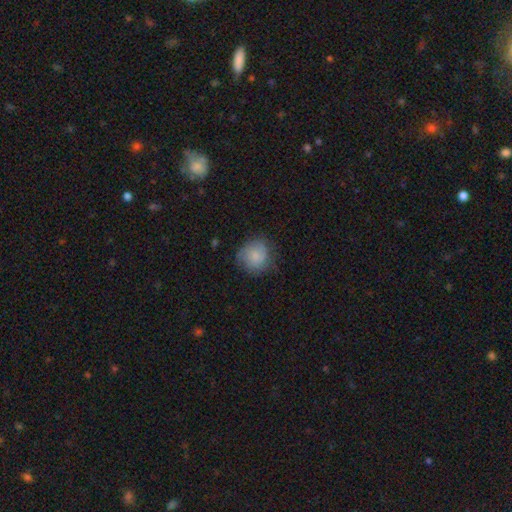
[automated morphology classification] Q: Smooth or featured?
A: smooth (63%); runner-up: featured or disk (29%)
Q: How rounded?
A: round (85%); runner-up: in between (14%)
Q: Merging?
A: none (66%); runner-up: minor disturbance (24%)